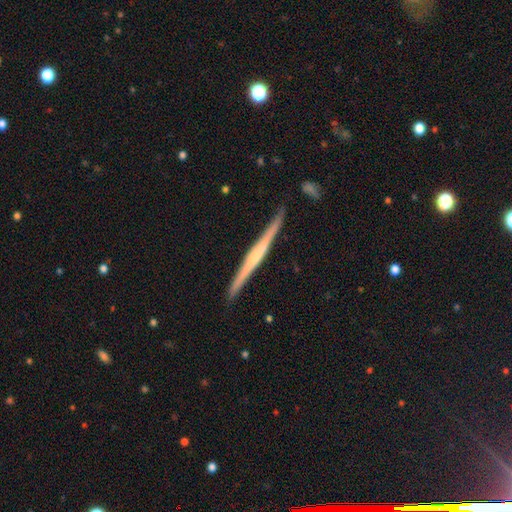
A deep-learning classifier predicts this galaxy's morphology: This appears to be a featured or disk galaxy (70%) viewed edge-on (98%) with no central bulge (49%). Merging: none (89%).